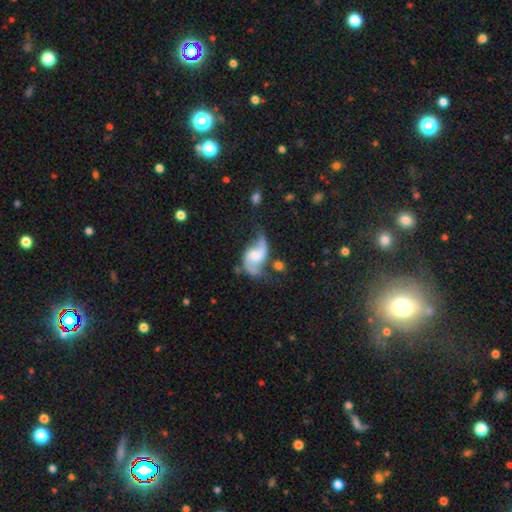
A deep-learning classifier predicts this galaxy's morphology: Smooth or featured? featured or disk (77%)
Edge-on disk? no (97%)
Bar? weak (44%)
Spiral arms? yes (92%)
Spiral winding? loose (70%)
Spiral arm count? 2 (88%)
Bulge size? moderate (31%)
Merging? none (41%)